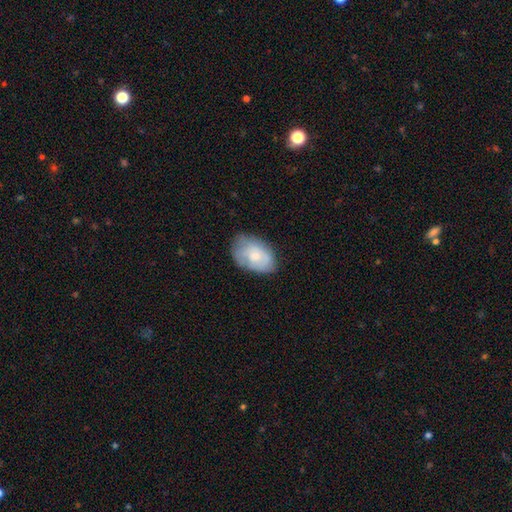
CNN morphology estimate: Q: Smooth or featured?
A: smooth (64%); runner-up: featured or disk (29%)
Q: How rounded?
A: in between (87%); runner-up: round (12%)
Q: Merging?
A: none (63%); runner-up: minor disturbance (27%)